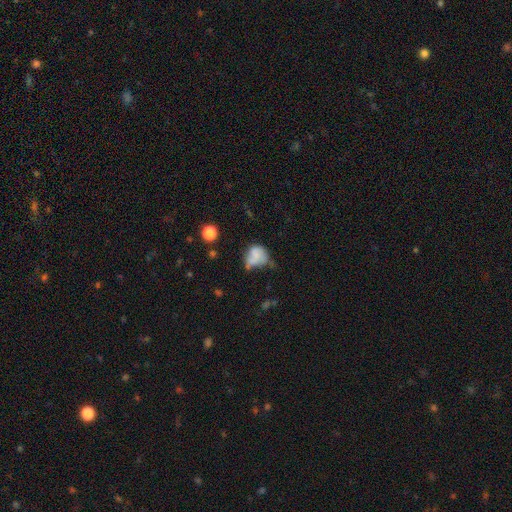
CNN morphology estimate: smooth-or-featured: smooth: 67% | featured or disk: 21% | star or artifact: 12%
  how-rounded: round: 52% | in between: 47% | cigar-shaped: 1%
  merging: minor disturbance: 32% | none: 27% | major disturbance: 25% | merger: 16%